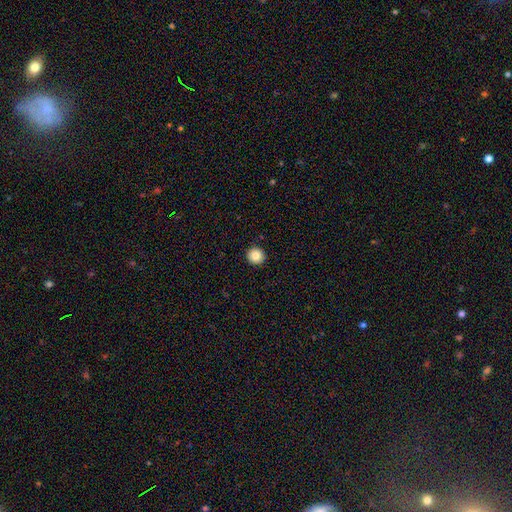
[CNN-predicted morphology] A smooth galaxy with no disk features (85%) that is round (93%).

Vote fractions:
- Smooth or featured? smooth: 85% / star or artifact: 9% / featured or disk: 5%
- How rounded? round: 93% / in between: 6% / cigar-shaped: 1%
- Merging? none: 93% / minor disturbance: 4% / major disturbance: 1% / merger: 1%